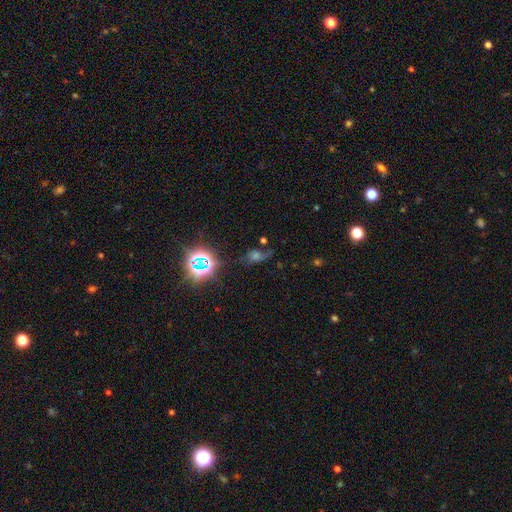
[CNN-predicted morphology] Smooth or featured? star or artifact (51%)